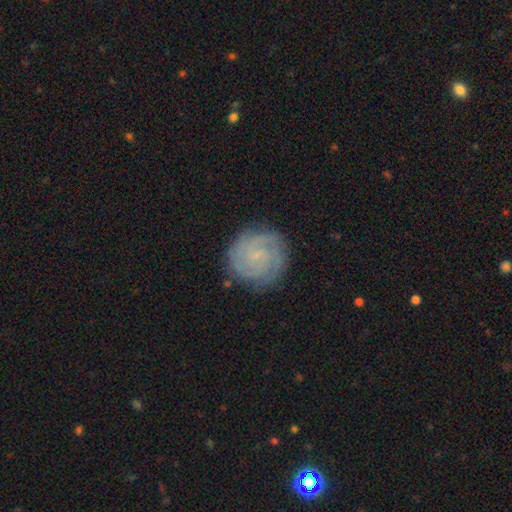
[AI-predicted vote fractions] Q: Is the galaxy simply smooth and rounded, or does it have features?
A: featured or disk — 77%.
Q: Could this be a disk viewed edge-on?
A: no — 98%.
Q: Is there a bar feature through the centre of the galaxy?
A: no — 64%.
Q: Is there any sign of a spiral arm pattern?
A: yes — 96%.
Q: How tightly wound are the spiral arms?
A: tight — 74%.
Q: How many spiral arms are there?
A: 2 — 32%.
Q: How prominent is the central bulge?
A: small — 67%.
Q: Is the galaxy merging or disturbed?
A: none — 83%.